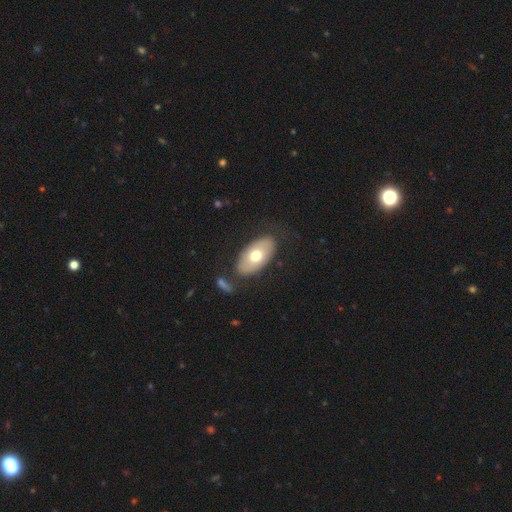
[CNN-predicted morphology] A smooth galaxy with no disk features (63%) that is in between round and cigar-shaped (94%).

Vote fractions:
- Smooth or featured? smooth: 63% / featured or disk: 31% / star or artifact: 6%
- How rounded? in between: 94% / round: 4% / cigar-shaped: 2%
- Merging? none: 76% / minor disturbance: 13% / major disturbance: 5% / merger: 5%